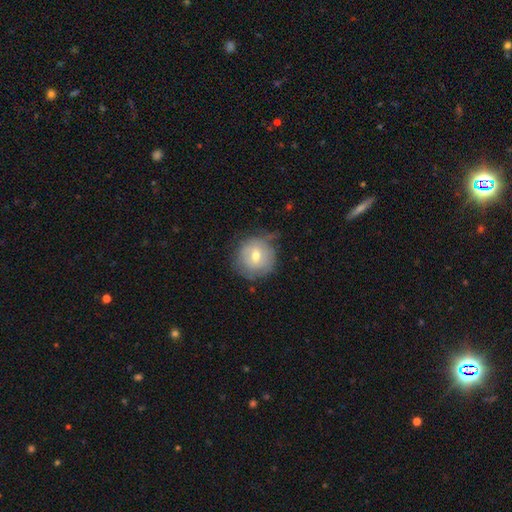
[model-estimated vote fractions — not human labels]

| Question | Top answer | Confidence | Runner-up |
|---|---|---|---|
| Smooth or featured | smooth | 51% | featured or disk (42%) |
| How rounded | round | 91% | in between (8%) |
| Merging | none | 63% | minor disturbance (26%) |